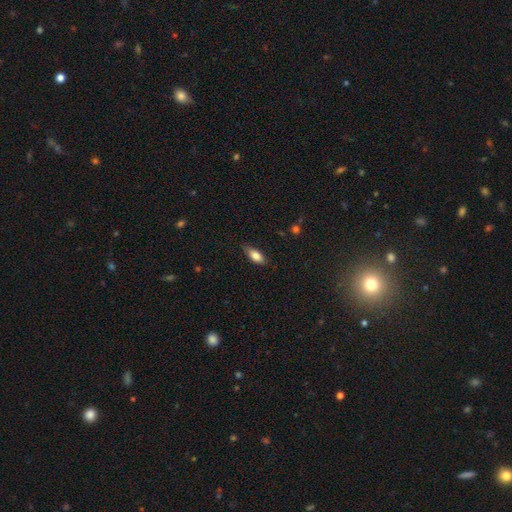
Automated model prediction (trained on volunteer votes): smooth_or_featured: smooth (p=0.82) [alt: featured or disk p=0.11]
how_rounded: in between (p=0.84) [alt: cigar-shaped p=0.14]
merging: none (p=0.76) [alt: minor disturbance p=0.19]